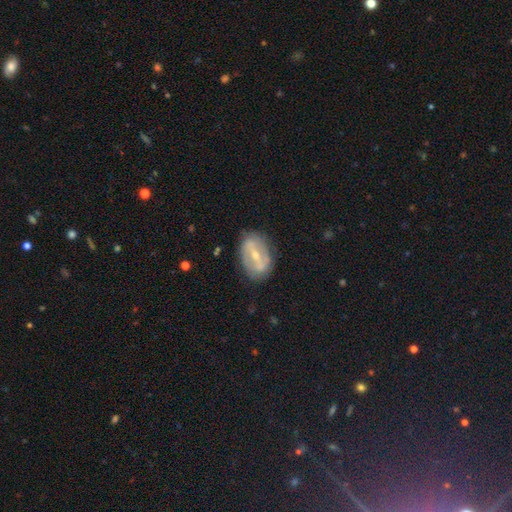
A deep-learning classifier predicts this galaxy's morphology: A featured or disk galaxy (73%) with a strong bar (59%), spiral arms (51%) and a moderate central bulge (49%). Merging: none (80%).